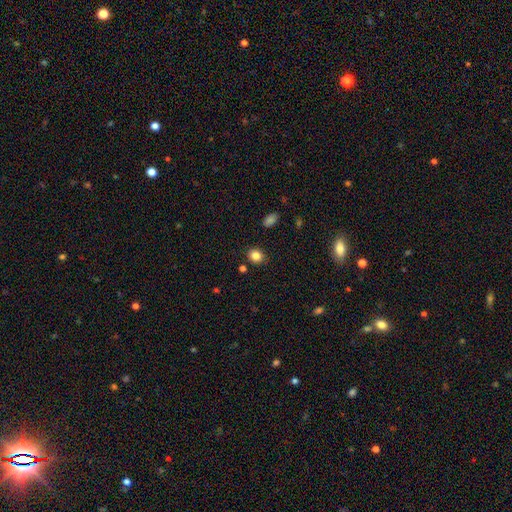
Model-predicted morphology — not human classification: smooth 83%, star or artifact 11%, featured or disk 5%. Down the decision tree: how rounded — round (68%); merging — none (88%).